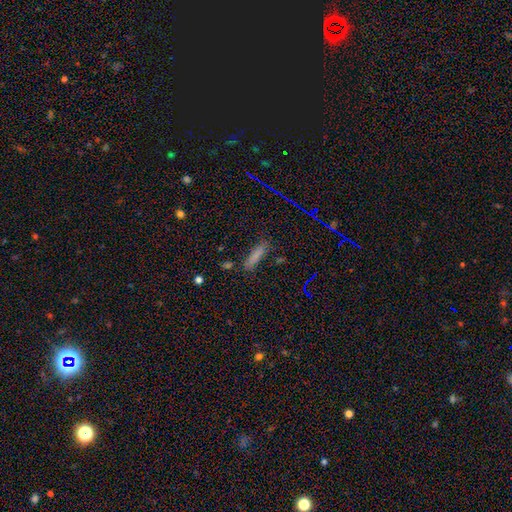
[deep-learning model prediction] This is likely a smooth galaxy (73%). How rounded: likely cigar-shaped (79%). Merging: likely none (77%).